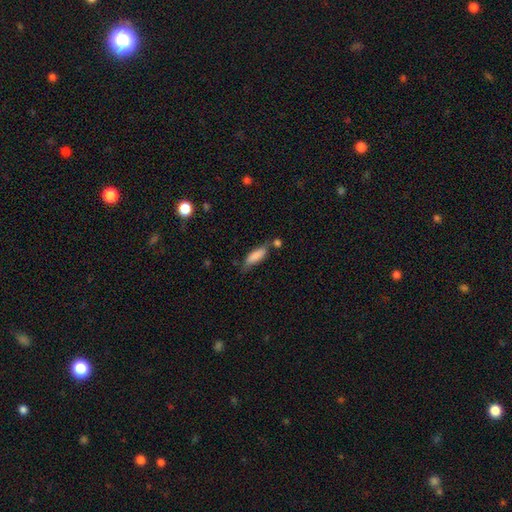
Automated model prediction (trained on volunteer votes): The model was most divided on "how rounded": in between: 54%, cigar-shaped: 44%, round: 2%. More confident: smooth or featured — smooth (82%); merging — none (55%).